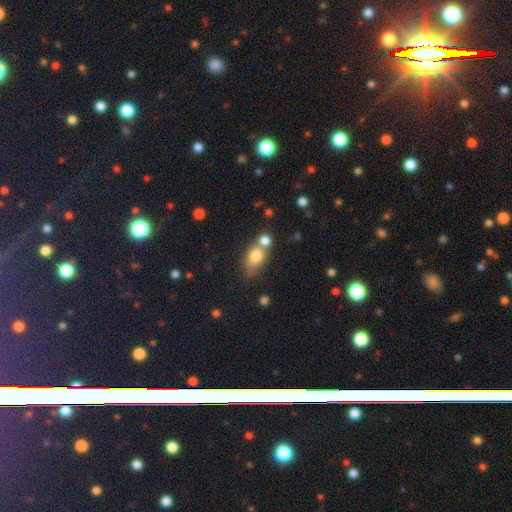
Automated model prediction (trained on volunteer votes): Smooth or featured? Predicted: smooth (p=0.77). How rounded? Predicted: in between (p=0.70). Merging? Predicted: merger (p=0.42).